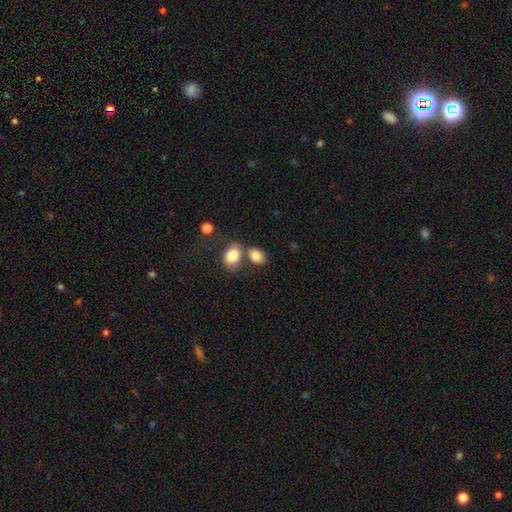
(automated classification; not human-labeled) This is clearly a smooth galaxy (83%). How rounded: likely in between (72%). Merging: possibly none (49%).